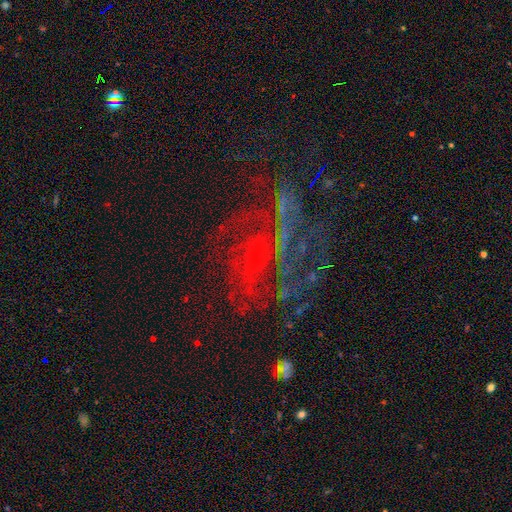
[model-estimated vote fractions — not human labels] A featured or disk galaxy (62%) with no bar (53%), spiral arms (58%) and no central bulge (48%). Merging: none (50%).